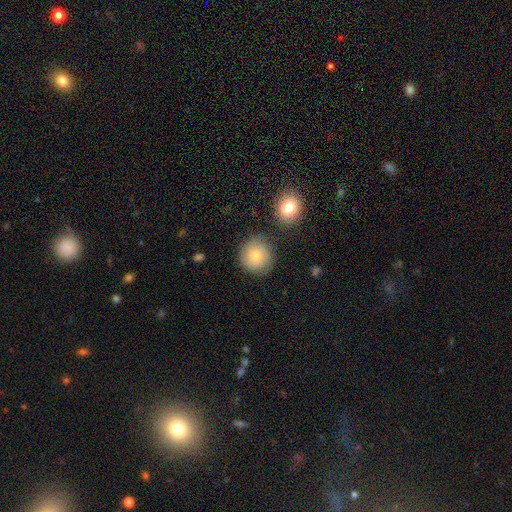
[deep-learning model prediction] Overall: smooth (63%; featured or disk 29%). How rounded: round (88%). Merging: none (74%).